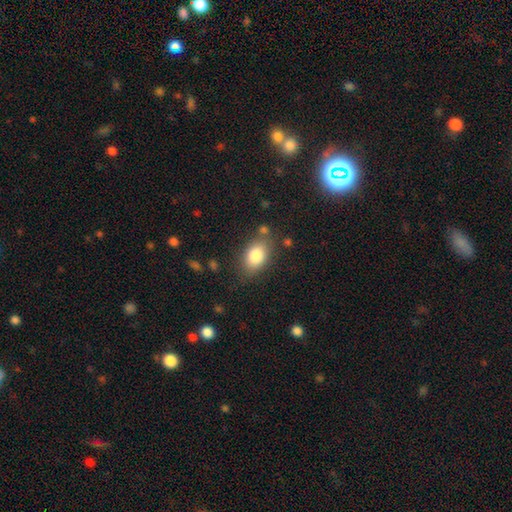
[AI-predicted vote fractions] Smooth or featured?
  - smooth: 82% *
  - featured or disk: 10%
  - star or artifact: 8%
How rounded?
  - in between: 85% *
  - round: 13%
  - cigar-shaped: 2%
Merging?
  - none: 76% *
  - minor disturbance: 16%
  - major disturbance: 4%
  - merger: 4%